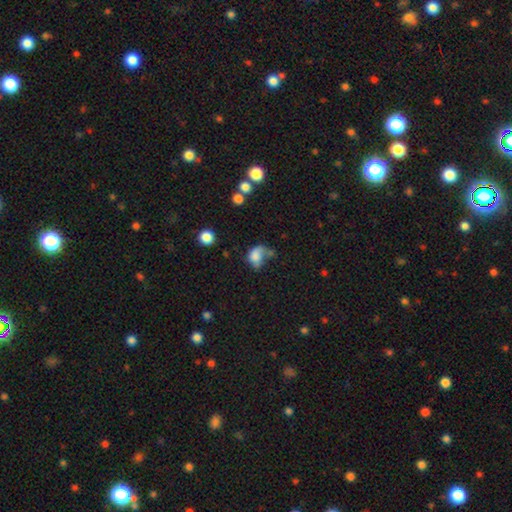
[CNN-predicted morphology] smooth_or_featured: smooth (p=0.69) [alt: featured or disk p=0.19]
how_rounded: in between (p=0.69) [alt: round p=0.30]
merging: major disturbance (p=0.36) [alt: minor disturbance p=0.25]